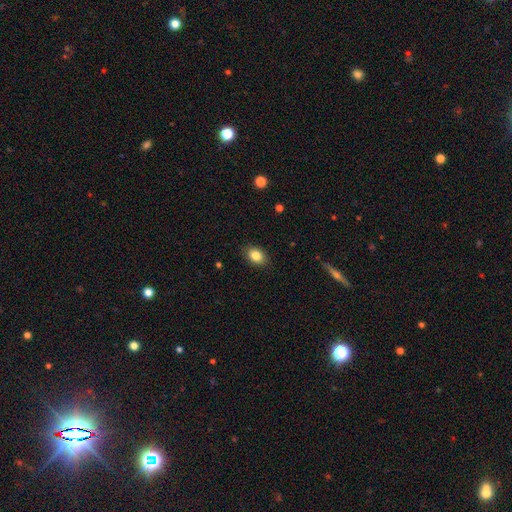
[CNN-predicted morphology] Smooth or featured? smooth (85%)
How rounded? in between (76%)
Merging? none (87%)